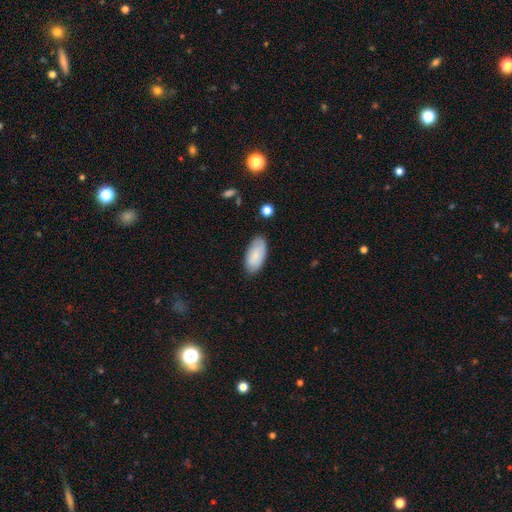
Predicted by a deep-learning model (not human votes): Overall: smooth (85%). How rounded: in between (94%). Merging: none (82%).